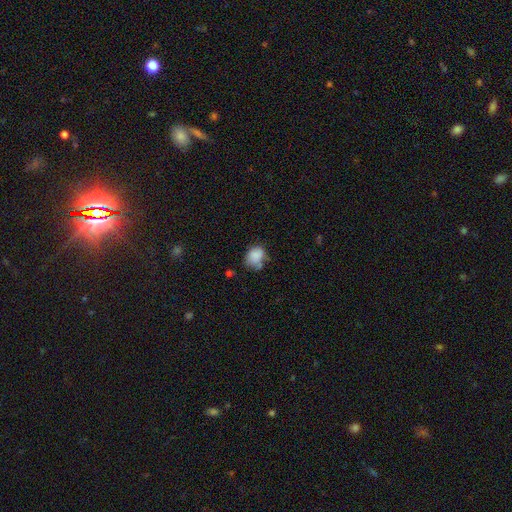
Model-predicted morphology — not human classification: smooth-or-featured: smooth: 83% | star or artifact: 9% | featured or disk: 7%
  how-rounded: in between: 50% | round: 49% | cigar-shaped: 1%
  merging: none: 52% | minor disturbance: 29% | merger: 9% | major disturbance: 9%